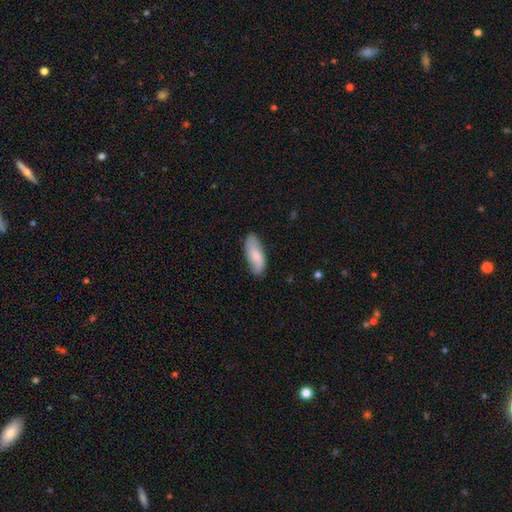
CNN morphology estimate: Overall: smooth (72%). How rounded: in between (79%). Merging: none (79%).